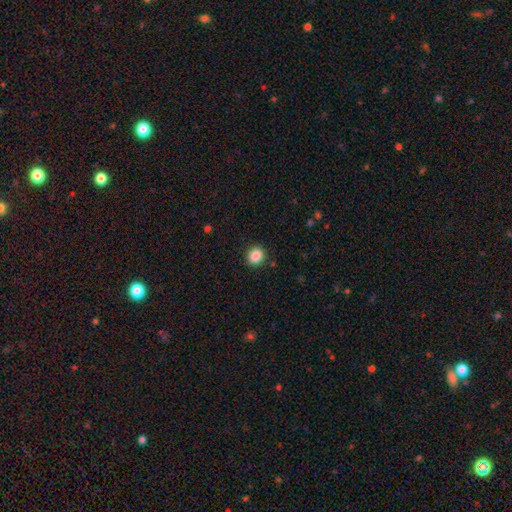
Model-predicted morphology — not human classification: Smooth or featured? Predicted: smooth (p=0.87). How rounded? Predicted: round (p=0.80). Merging? Predicted: none (p=0.90).